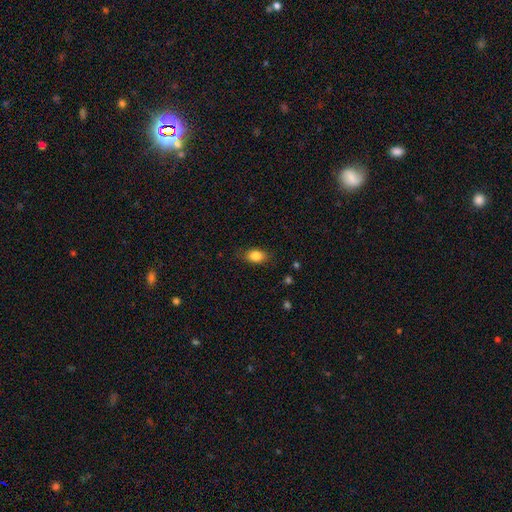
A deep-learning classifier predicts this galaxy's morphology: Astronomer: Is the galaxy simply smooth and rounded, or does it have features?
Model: smooth — 84%.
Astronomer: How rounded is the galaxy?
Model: in between — 83%.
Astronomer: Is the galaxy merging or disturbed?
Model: none — 81%.